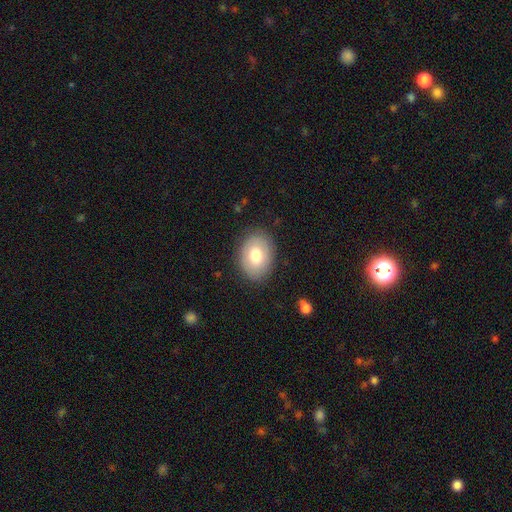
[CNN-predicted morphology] smooth_or_featured: smooth (p=0.72) [alt: featured or disk p=0.20]
how_rounded: in between (p=0.71) [alt: round p=0.28]
merging: none (p=0.84) [alt: minor disturbance p=0.11]